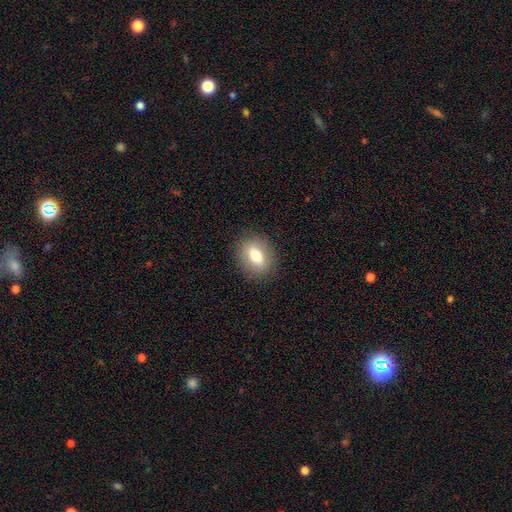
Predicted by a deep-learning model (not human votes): Smooth or featured?
  - smooth: 72% *
  - featured or disk: 19%
  - star or artifact: 9%
How rounded?
  - in between: 61% *
  - round: 38%
  - cigar-shaped: 2%
Merging?
  - none: 87% *
  - minor disturbance: 9%
  - major disturbance: 3%
  - merger: 1%